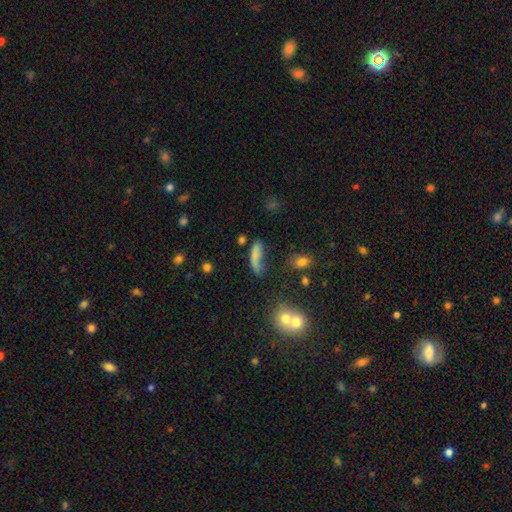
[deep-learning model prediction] This appears to be a smooth galaxy with no disk features (73%) that is cigar-shaped (51%). Merging: none (40%).